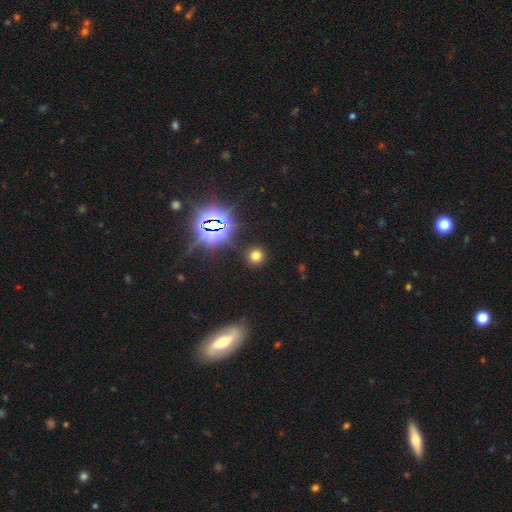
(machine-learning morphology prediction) A smooth galaxy with no disk features (66%) that is round (91%). Merging: none (89%).